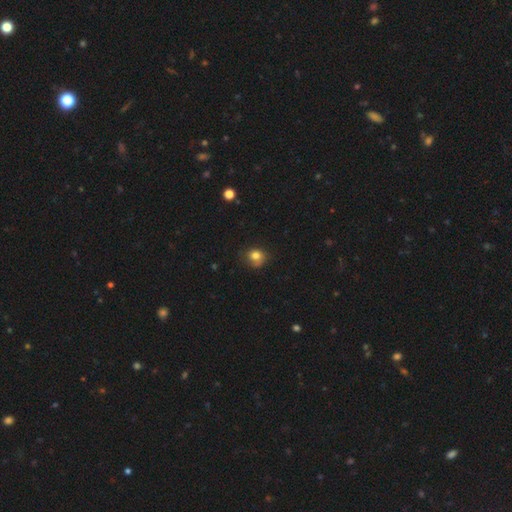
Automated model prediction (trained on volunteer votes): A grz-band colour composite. It shows a smooth galaxy with no disk features (80%) that is round (73%). Merging: none (63%).